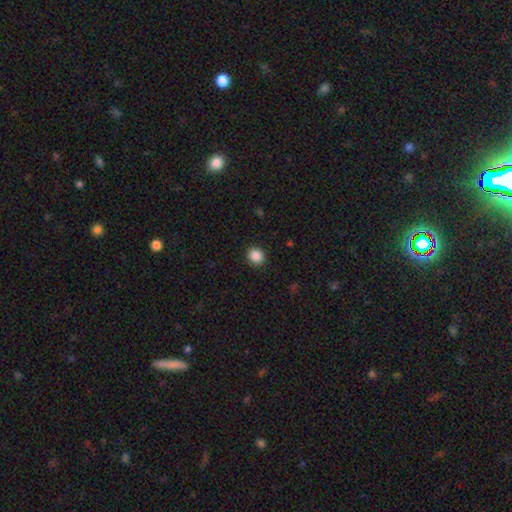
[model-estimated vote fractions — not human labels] Morphology: type=smooth (87%); roundness=round (85%); merging=none (91%).